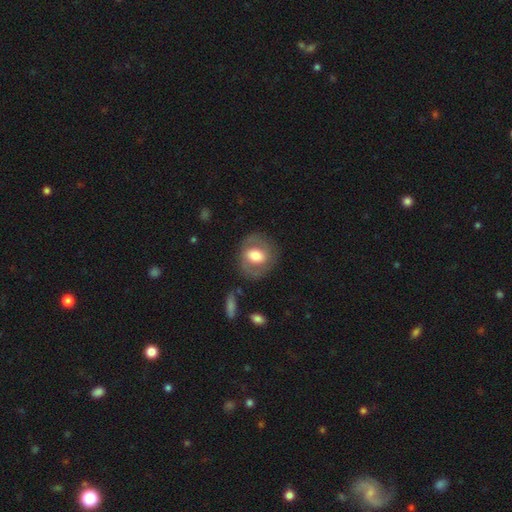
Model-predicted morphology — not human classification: This is possibly a featured or disk galaxy (50%). It is clearly not viewed edge-on (95%). Merging: likely none (77%).